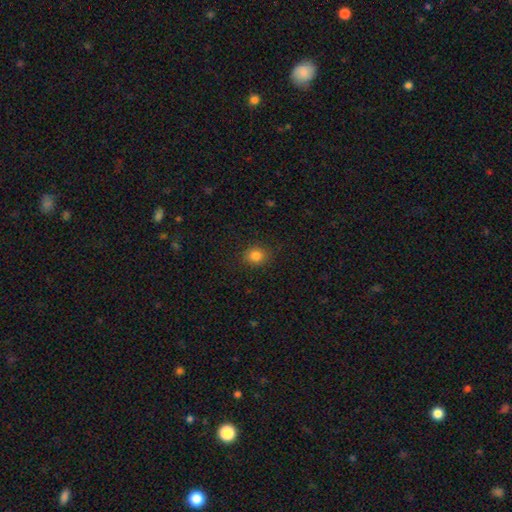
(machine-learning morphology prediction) A smooth galaxy with no disk features (83%) that is round (75%). Merging: none (88%).